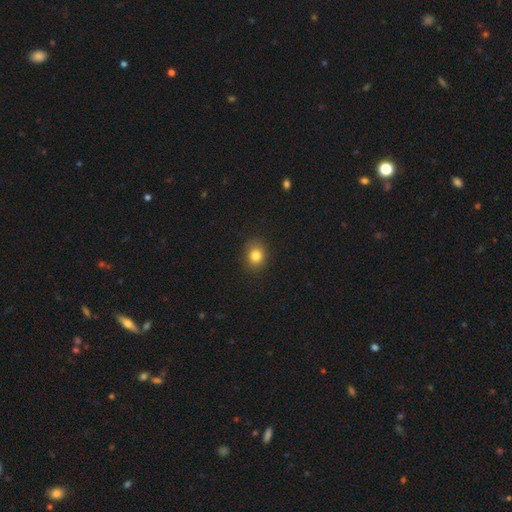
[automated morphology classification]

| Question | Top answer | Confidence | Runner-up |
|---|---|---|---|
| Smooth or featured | smooth | 82% | star or artifact (11%) |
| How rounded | round | 67% | in between (32%) |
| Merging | none | 86% | minor disturbance (11%) |